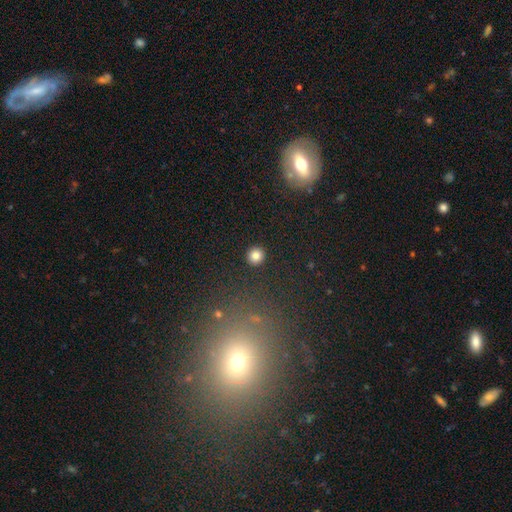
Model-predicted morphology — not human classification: The model was most divided on "smooth or featured": smooth: 84%, star or artifact: 11%, featured or disk: 5%. More confident: how rounded — round (93%); merging — none (92%).